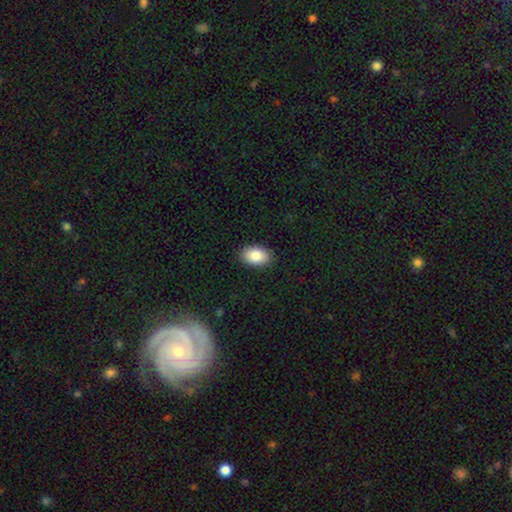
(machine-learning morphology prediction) smooth-or-featured: smooth: 85% | featured or disk: 8% | star or artifact: 7%
  how-rounded: in between: 90% | round: 9% | cigar-shaped: 1%
  merging: none: 90% | minor disturbance: 8% | major disturbance: 2% | merger: 1%